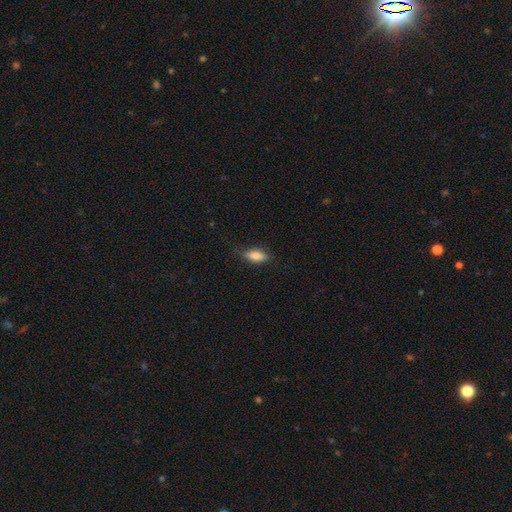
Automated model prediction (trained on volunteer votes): smooth_or_featured: smooth (p=0.81) [alt: featured or disk p=0.12]
how_rounded: in between (p=0.80) [alt: cigar-shaped p=0.17]
merging: none (p=0.76) [alt: minor disturbance p=0.19]